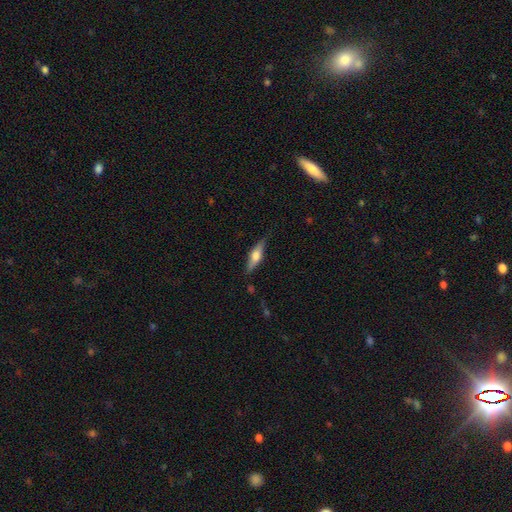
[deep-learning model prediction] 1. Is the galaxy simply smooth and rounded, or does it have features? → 50% featured or disk, 44% smooth, 6% star or artifact.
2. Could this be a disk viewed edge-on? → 92% yes, 8% no.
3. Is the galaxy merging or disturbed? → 80% none, 16% minor disturbance, 3% major disturbance, 1% merger.